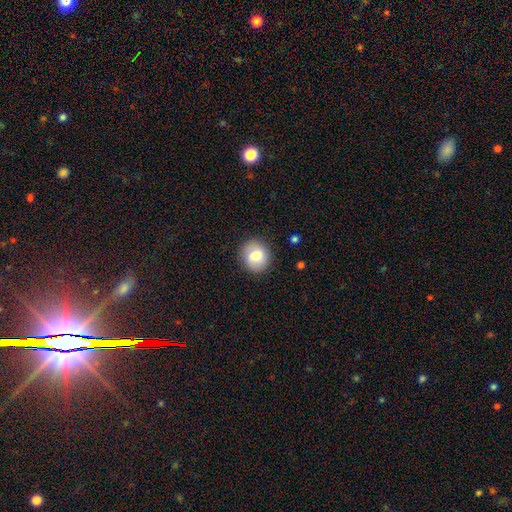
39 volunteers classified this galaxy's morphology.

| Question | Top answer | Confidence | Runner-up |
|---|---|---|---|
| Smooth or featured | smooth | 62% | featured or disk (31%) |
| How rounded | round | 88% | in between (12%) |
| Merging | none | 86% | minor disturbance (8%) |